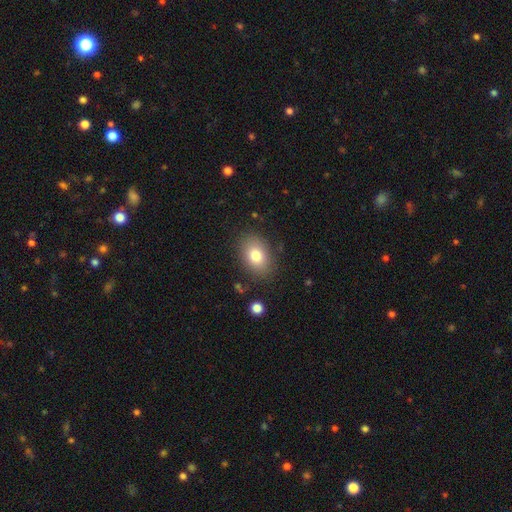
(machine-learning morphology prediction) A smooth galaxy with no disk features (79%) that is in between round and cigar-shaped (78%).

Vote fractions:
- Smooth or featured? smooth: 79% / featured or disk: 12% / star or artifact: 9%
- How rounded? in between: 78% / round: 21% / cigar-shaped: 1%
- Merging? none: 83% / minor disturbance: 11% / major disturbance: 4% / merger: 2%